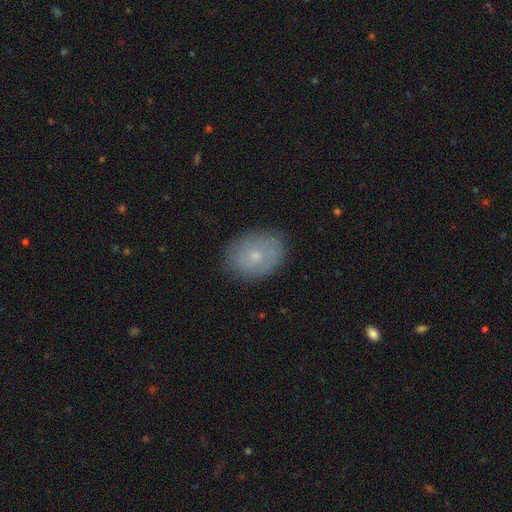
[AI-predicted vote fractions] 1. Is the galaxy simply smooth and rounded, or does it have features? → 57% smooth, 34% featured or disk, 9% star or artifact.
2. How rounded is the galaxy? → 66% in between, 33% round, 1% cigar-shaped.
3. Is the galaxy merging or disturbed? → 83% none, 13% minor disturbance, 3% major disturbance, 1% merger.